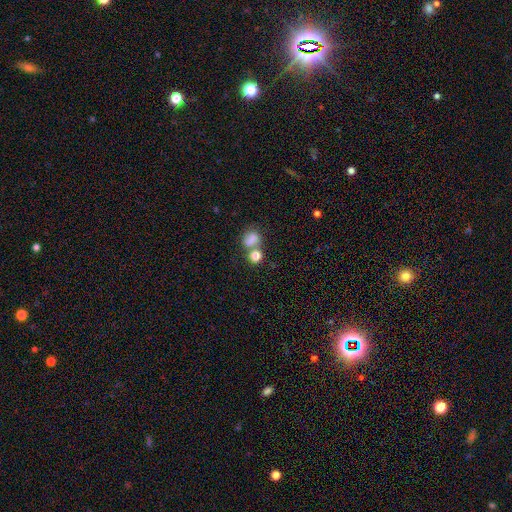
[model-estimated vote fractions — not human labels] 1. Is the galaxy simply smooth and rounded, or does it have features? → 79% smooth, 11% star or artifact, 10% featured or disk.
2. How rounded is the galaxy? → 72% round, 27% in between, 1% cigar-shaped.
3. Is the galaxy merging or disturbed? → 50% merger, 37% none, 8% minor disturbance, 5% major disturbance.